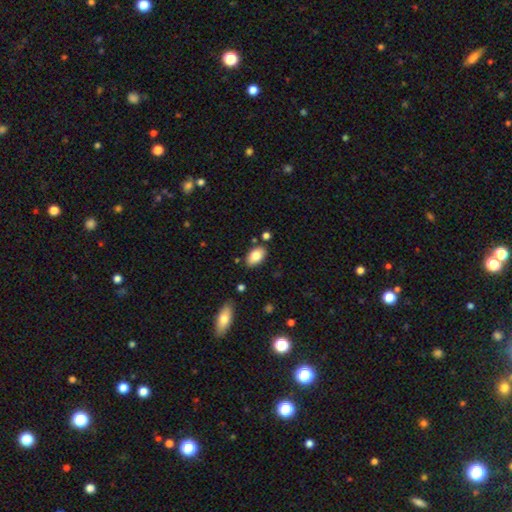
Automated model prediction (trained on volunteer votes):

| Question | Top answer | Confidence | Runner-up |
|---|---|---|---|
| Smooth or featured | smooth | 82% | featured or disk (11%) |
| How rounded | in between | 93% | round (5%) |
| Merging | none | 83% | minor disturbance (11%) |